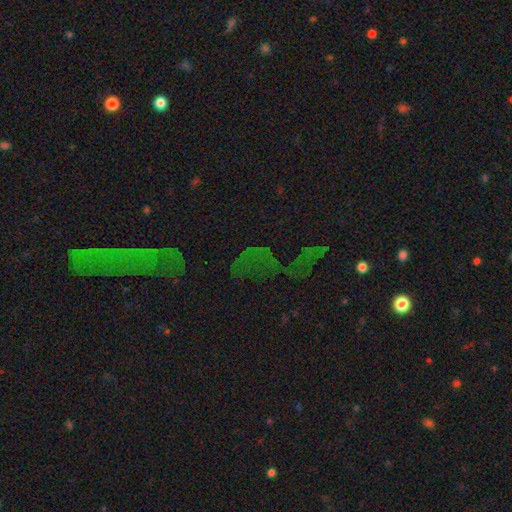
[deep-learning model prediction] This is likely a star or artifact rather than a galaxy (69%).